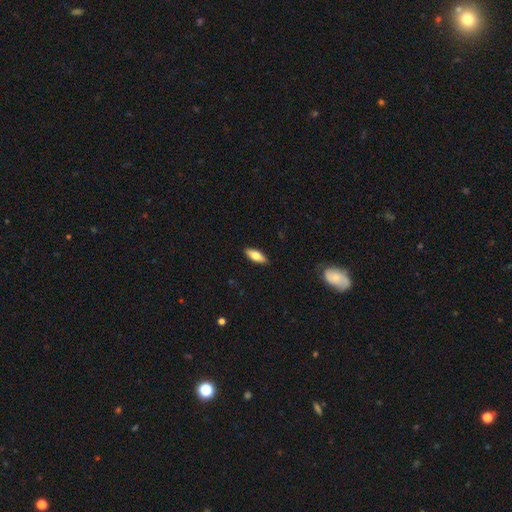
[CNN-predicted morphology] A smooth galaxy with no disk features (73%) that is in between round and cigar-shaped (74%).

Vote fractions:
- Smooth or featured? smooth: 73% / featured or disk: 21% / star or artifact: 6%
- How rounded? in between: 74% / cigar-shaped: 24% / round: 2%
- Merging? none: 89% / minor disturbance: 8% / major disturbance: 2% / merger: 1%